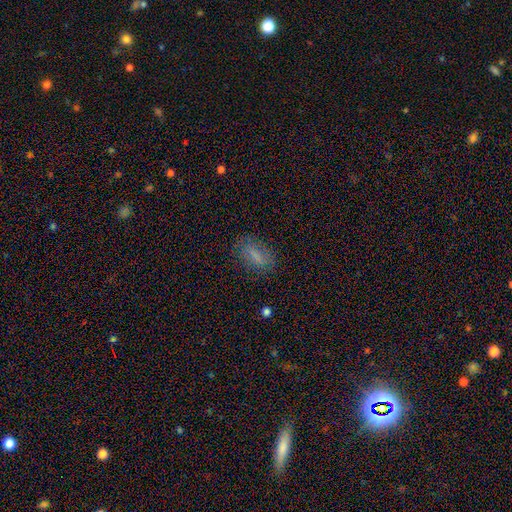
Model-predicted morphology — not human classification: Overall: smooth (69%). How rounded: in between (75%). Merging: none (75%).